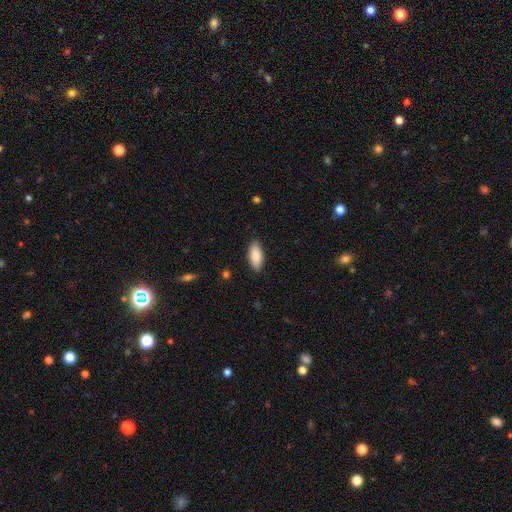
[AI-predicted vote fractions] Q: Smooth or featured?
A: smooth (87%); runner-up: featured or disk (7%)
Q: How rounded?
A: in between (86%); runner-up: cigar-shaped (12%)
Q: Merging?
A: none (88%); runner-up: minor disturbance (9%)